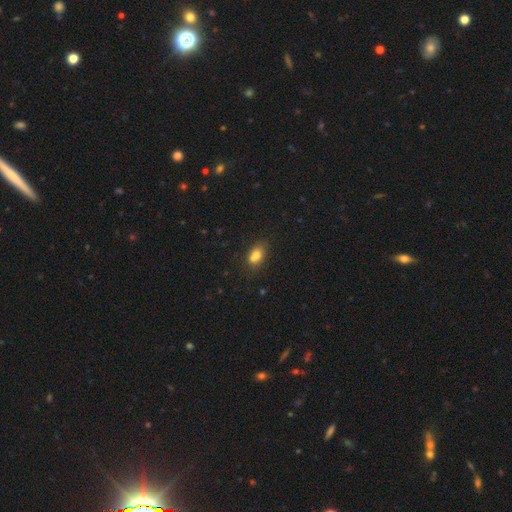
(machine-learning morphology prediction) Smooth or featured? smooth (75%)
How rounded? in between (78%)
Merging? none (48%)